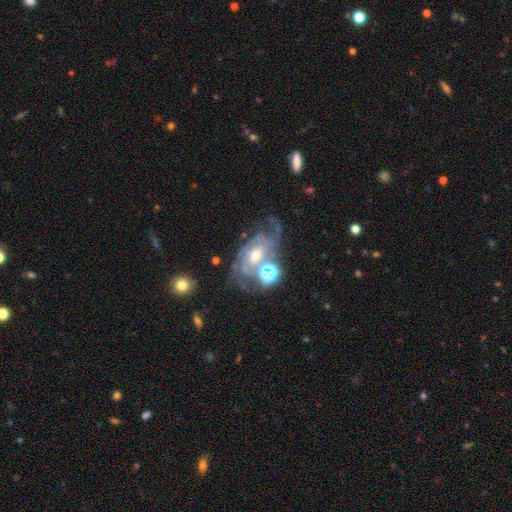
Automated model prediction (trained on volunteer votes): This appears to be a featured or disk galaxy (81%) with no bar (58%), tight (46%) spiral arms (93%) and a moderate central bulge (63%). Merging: none (48%).